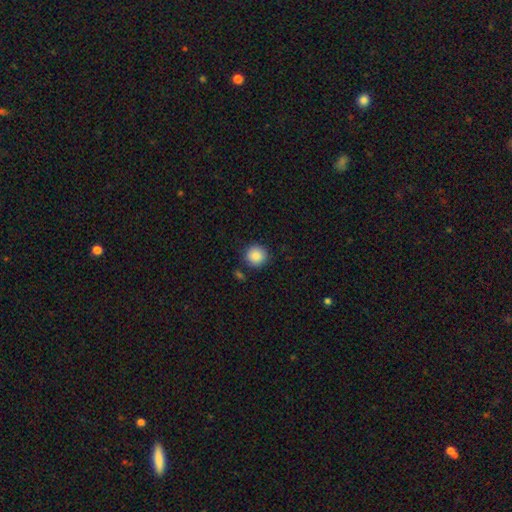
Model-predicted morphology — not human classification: smooth-or-featured: smooth: 88% | star or artifact: 8% | featured or disk: 3%
  how-rounded: round: 93% | in between: 6% | cigar-shaped: 1%
  merging: none: 86% | minor disturbance: 8% | merger: 3% | major disturbance: 3%